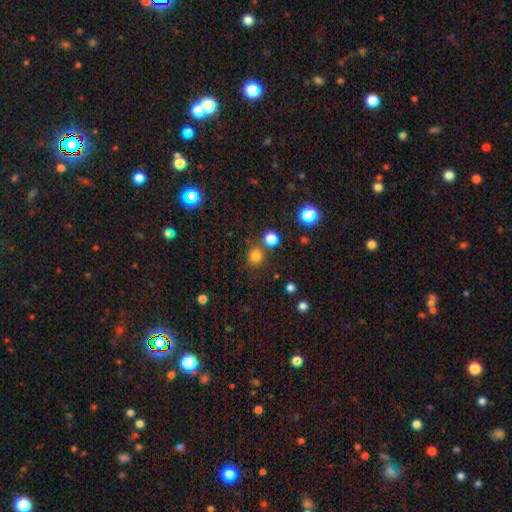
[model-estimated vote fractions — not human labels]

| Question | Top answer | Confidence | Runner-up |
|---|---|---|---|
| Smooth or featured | smooth | 79% | star or artifact (17%) |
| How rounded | round | 87% | in between (12%) |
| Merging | none | 77% | merger (12%) |